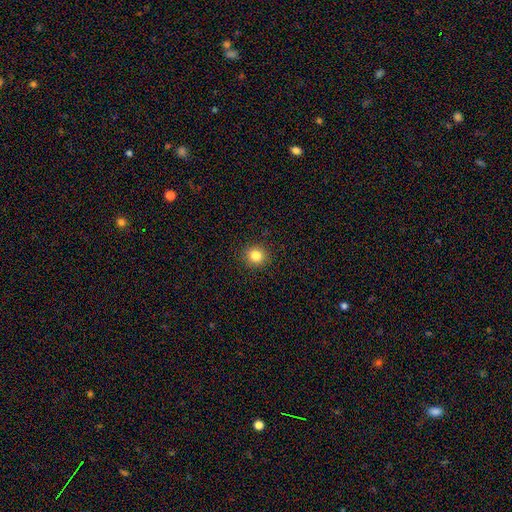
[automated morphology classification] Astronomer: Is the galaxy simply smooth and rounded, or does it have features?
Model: smooth — 83%.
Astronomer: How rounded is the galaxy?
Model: round — 90%.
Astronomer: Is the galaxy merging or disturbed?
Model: none — 92%.